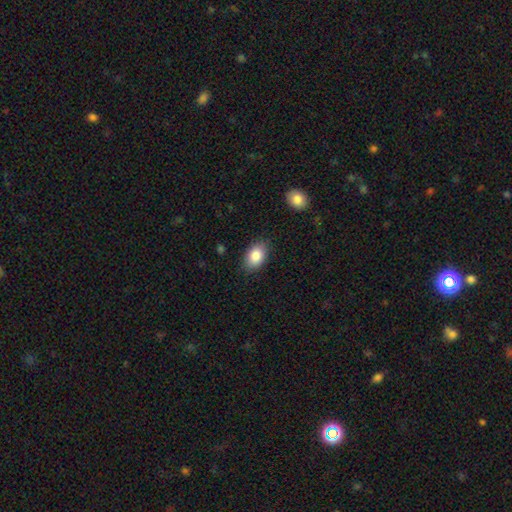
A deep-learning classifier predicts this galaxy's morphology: Smooth or featured?
  - smooth: 86% *
  - star or artifact: 7%
  - featured or disk: 7%
How rounded?
  - in between: 89% *
  - round: 10%
  - cigar-shaped: 1%
Merging?
  - none: 84% *
  - minor disturbance: 12%
  - major disturbance: 3%
  - merger: 1%